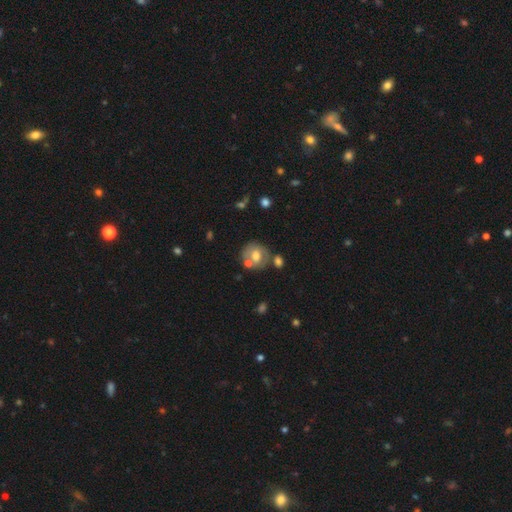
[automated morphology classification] A smooth galaxy with no disk features (53%) that is round (77%). Merging: none (56%).